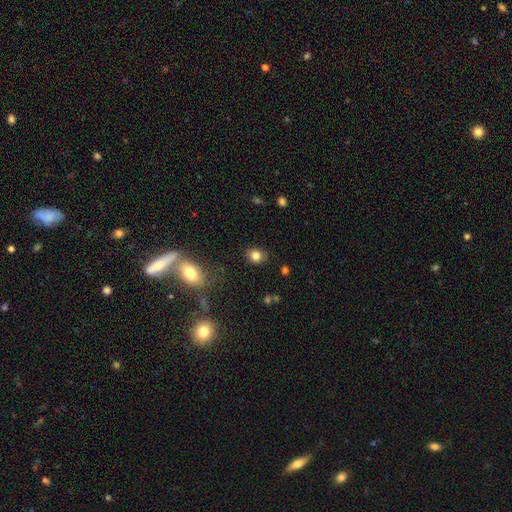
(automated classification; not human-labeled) Q: Smooth or featured?
A: smooth (82%); runner-up: star or artifact (11%)
Q: How rounded?
A: round (64%); runner-up: in between (35%)
Q: Merging?
A: none (84%); runner-up: minor disturbance (11%)